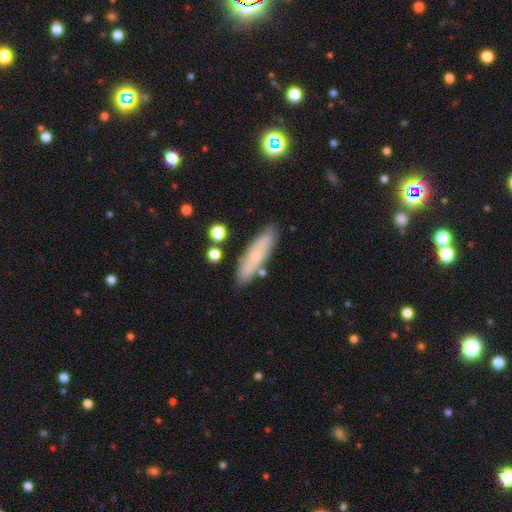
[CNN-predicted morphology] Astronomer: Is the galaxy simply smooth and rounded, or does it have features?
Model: smooth — 56% (runner-up: featured or disk, 35%).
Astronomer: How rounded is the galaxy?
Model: cigar-shaped — 74%.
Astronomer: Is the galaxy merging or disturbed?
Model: none — 81%.